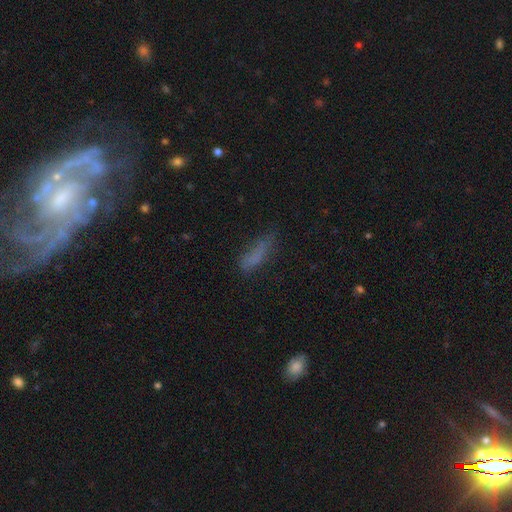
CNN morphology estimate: Smooth or featured? Predicted: smooth (p=0.72). How rounded? Predicted: cigar-shaped (p=0.55). Merging? Predicted: none (p=0.53).